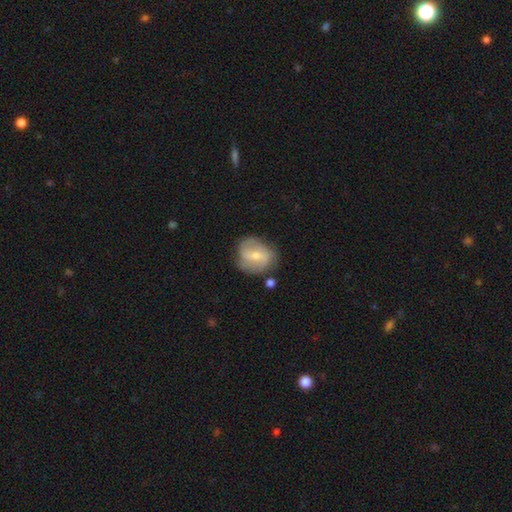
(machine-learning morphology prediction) smooth-or-featured: featured or disk: 57% | smooth: 36% | star or artifact: 7%
  disk-edge-on: no: 96% | yes: 4%
    bar: weak: 49% | no: 26% | strong: 25%
    has-spiral-arms: yes: 77% | no: 23%
    bulge-size: small: 50% | moderate: 45% | none: 2% | large: 2% | dominant: 1%
  merging: none: 68% | minor disturbance: 20% | major disturbance: 7% | merger: 4%